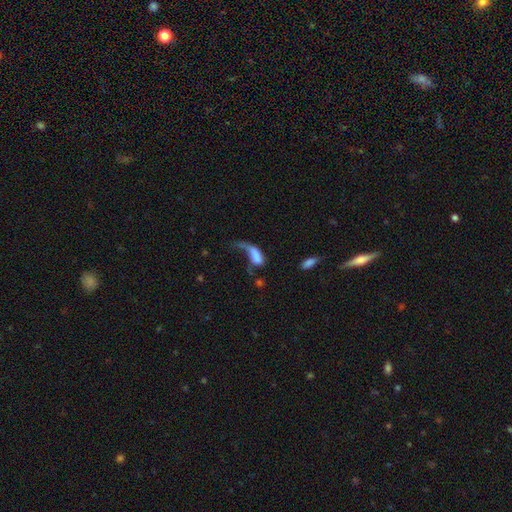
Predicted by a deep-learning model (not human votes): smooth-or-featured: smooth: 58% | featured or disk: 32% | star or artifact: 10%
  how-rounded: in between: 75% | cigar-shaped: 18% | round: 7%
  merging: major disturbance: 56% | none: 18% | minor disturbance: 14% | merger: 11%